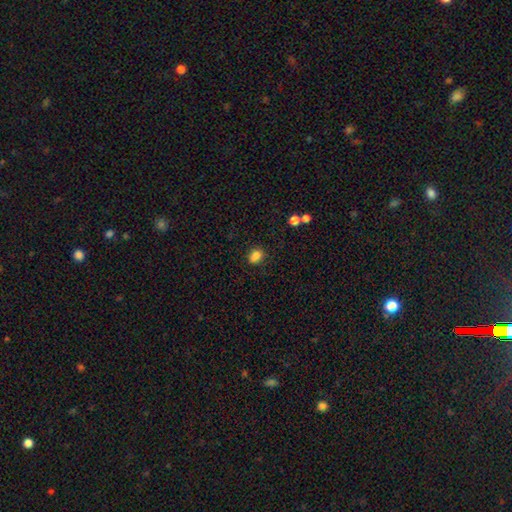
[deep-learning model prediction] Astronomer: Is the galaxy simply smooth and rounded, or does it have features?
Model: smooth — 82%.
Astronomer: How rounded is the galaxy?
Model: in between — 56% (runner-up: round, 42%).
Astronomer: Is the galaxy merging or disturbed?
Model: none — 74%.